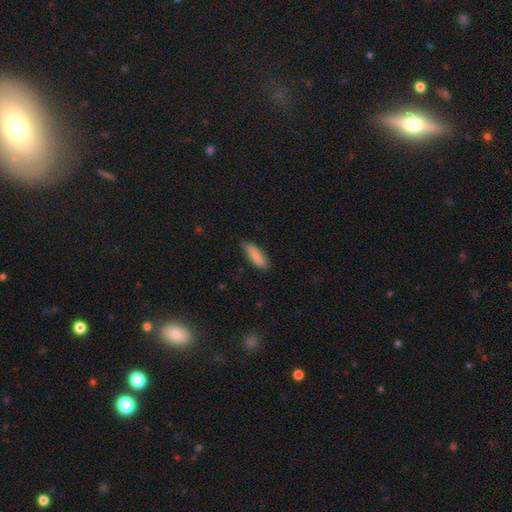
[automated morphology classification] Smooth or featured: smooth — 83% (featured or disk — 12%)
How rounded: in between — 62% (cigar-shaped — 37%)
Merging: none — 81% (minor disturbance — 15%)